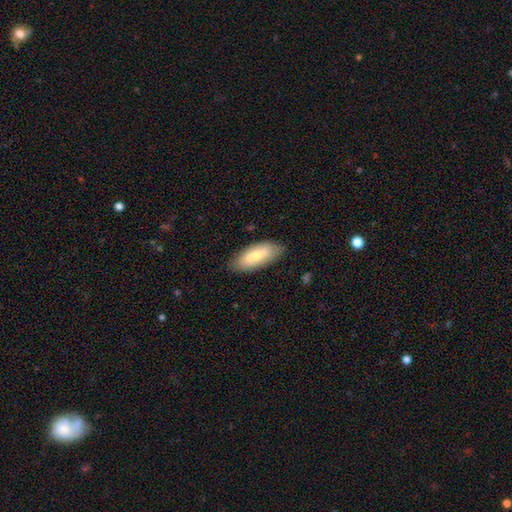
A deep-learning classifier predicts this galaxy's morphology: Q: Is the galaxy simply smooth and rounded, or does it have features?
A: smooth — 72%.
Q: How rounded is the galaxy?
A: in between — 81%.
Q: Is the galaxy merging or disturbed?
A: none — 83%.